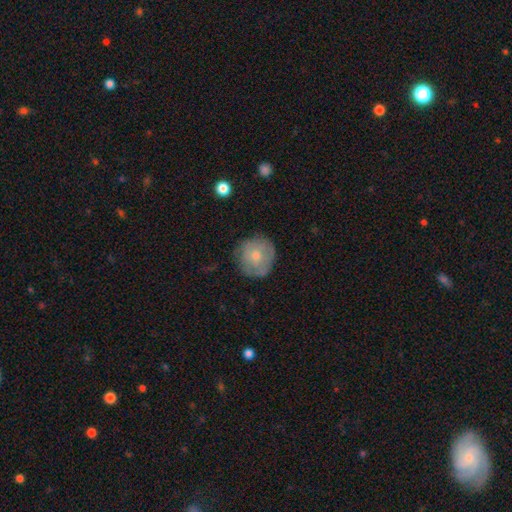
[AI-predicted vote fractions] Smooth or featured? smooth (64%)
How rounded? round (91%)
Merging? none (73%)